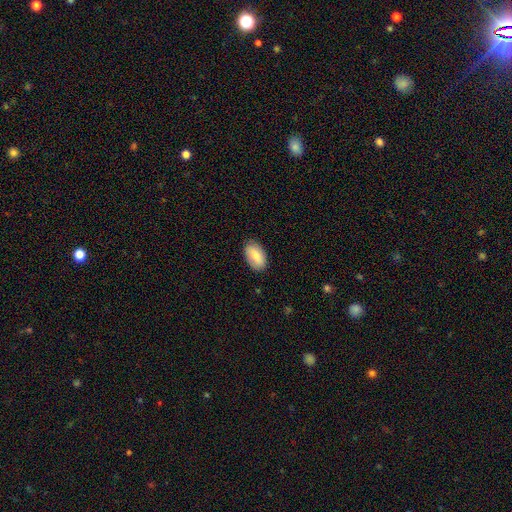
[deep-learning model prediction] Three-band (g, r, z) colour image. It shows a smooth galaxy with no disk features (76%) that is in between round and cigar-shaped (94%). Merging: none (83%).